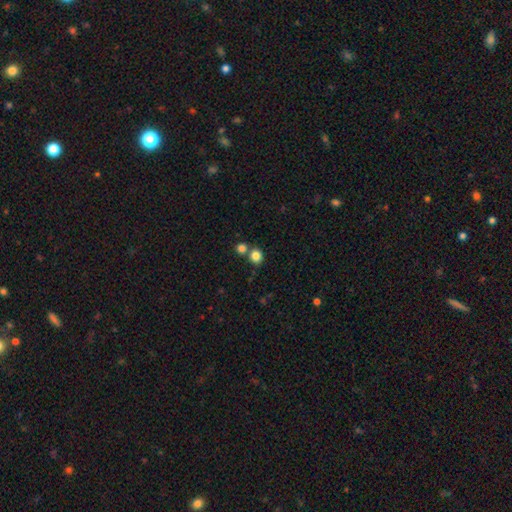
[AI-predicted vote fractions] Q: Smooth or featured?
A: smooth (83%); runner-up: star or artifact (11%)
Q: How rounded?
A: round (83%); runner-up: in between (16%)
Q: Merging?
A: none (64%); runner-up: merger (26%)